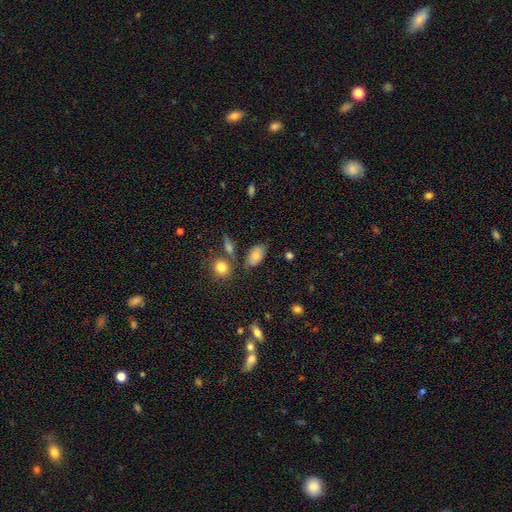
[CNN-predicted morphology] Smooth or featured?
  - smooth: 77% *
  - featured or disk: 14%
  - star or artifact: 9%
How rounded?
  - in between: 91% *
  - round: 7%
  - cigar-shaped: 2%
Merging?
  - none: 68% *
  - minor disturbance: 18%
  - merger: 9%
  - major disturbance: 5%